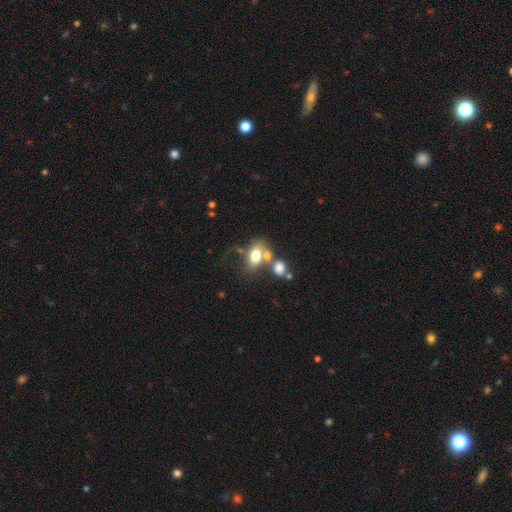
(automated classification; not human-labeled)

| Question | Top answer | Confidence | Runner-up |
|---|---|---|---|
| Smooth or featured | smooth | 70% | featured or disk (20%) |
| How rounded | in between | 81% | round (16%) |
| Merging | merger | 44% | none (34%) |